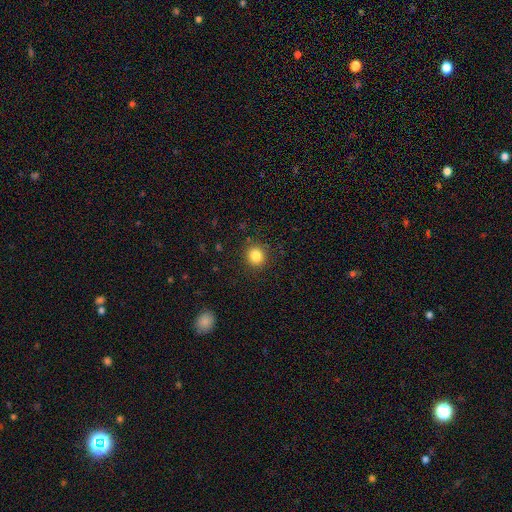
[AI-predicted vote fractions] The model was most divided on "smooth or featured": smooth: 84%, star or artifact: 11%, featured or disk: 5%. More confident: merging — none (89%); how rounded — round (87%).